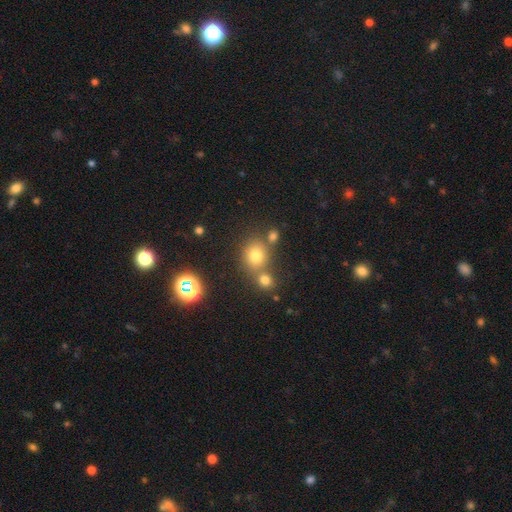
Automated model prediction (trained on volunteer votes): This appears to be a smooth galaxy with no disk features (70%) that is round (79%). Merging: none (60%).